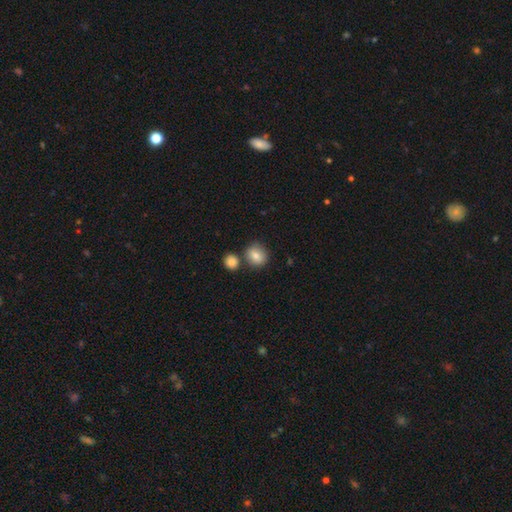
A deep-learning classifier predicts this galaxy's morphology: A smooth galaxy with no disk features (82%) that is round (77%).

Vote fractions:
- Smooth or featured? smooth: 82% / star or artifact: 9% / featured or disk: 9%
- How rounded? round: 77% / in between: 22% / cigar-shaped: 1%
- Merging? none: 68% / merger: 18% / minor disturbance: 11% / major disturbance: 3%